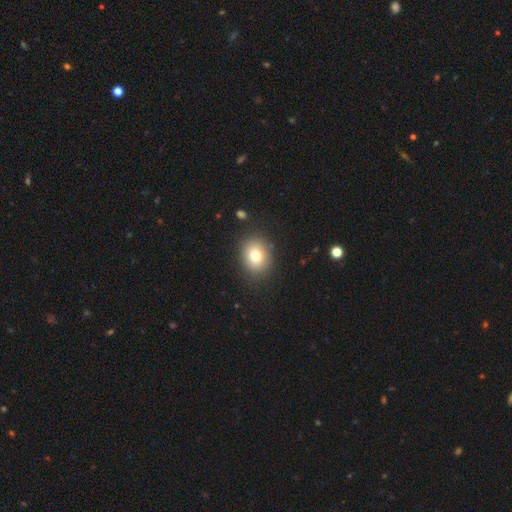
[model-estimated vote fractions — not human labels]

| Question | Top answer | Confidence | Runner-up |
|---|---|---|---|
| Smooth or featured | smooth | 79% | star or artifact (11%) |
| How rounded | round | 52% | in between (47%) |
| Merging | none | 86% | minor disturbance (9%) |